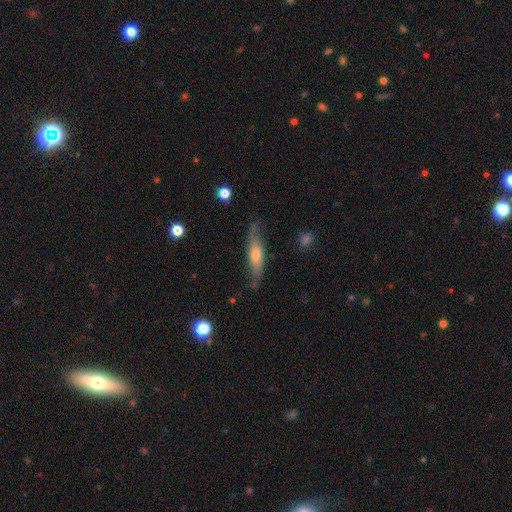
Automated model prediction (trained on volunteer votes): Q: Smooth or featured?
A: featured or disk (48%); runner-up: smooth (46%)
Q: Merging?
A: none (71%); runner-up: minor disturbance (21%)